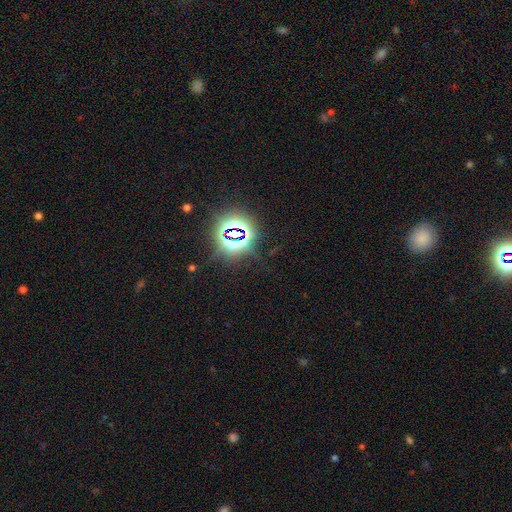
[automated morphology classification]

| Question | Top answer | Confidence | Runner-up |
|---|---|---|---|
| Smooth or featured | star or artifact | 79% | smooth (14%) |